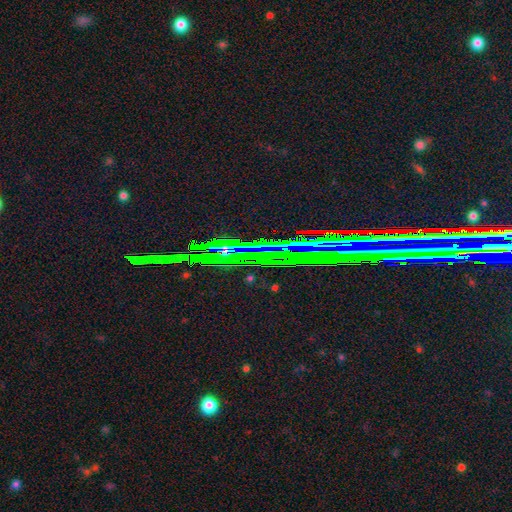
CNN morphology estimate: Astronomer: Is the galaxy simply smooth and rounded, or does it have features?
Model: star or artifact — 74%.